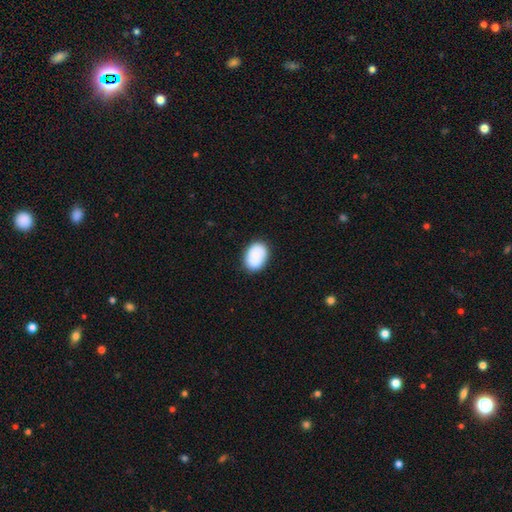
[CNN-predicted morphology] The model was most divided on "how rounded": in between: 75%, round: 25%, cigar-shaped: 1%. More confident: merging — none (85%); smooth or featured — smooth (81%).